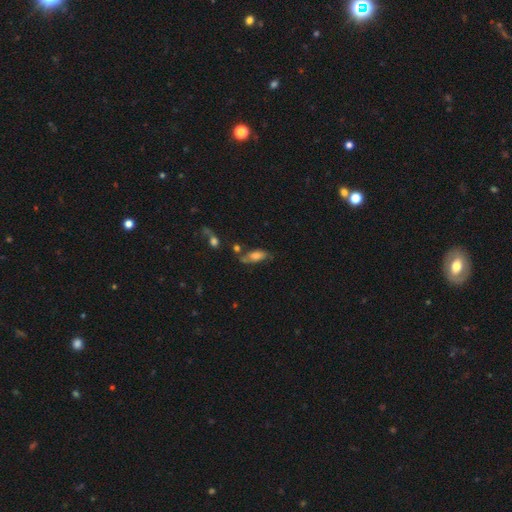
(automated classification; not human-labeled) A smooth galaxy with no disk features (67%) that is in between round and cigar-shaped (79%).

Vote fractions:
- Smooth or featured? smooth: 67% / featured or disk: 24% / star or artifact: 10%
- How rounded? in between: 79% / cigar-shaped: 17% / round: 4%
- Merging? none: 50% / minor disturbance: 25% / merger: 14% / major disturbance: 12%